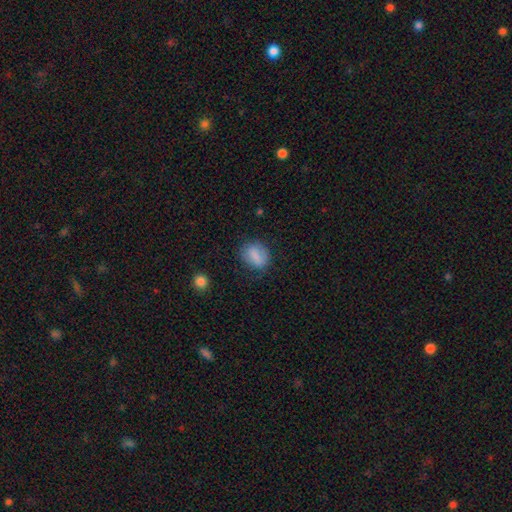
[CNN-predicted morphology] Q: Smooth or featured?
A: smooth (82%); runner-up: featured or disk (9%)
Q: How rounded?
A: in between (60%); runner-up: round (38%)
Q: Merging?
A: none (72%); runner-up: minor disturbance (20%)